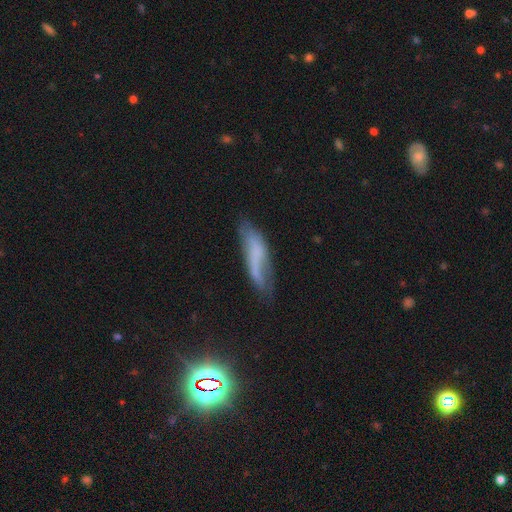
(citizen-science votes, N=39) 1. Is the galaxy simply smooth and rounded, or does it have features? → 46% smooth (tied), 46% featured or disk (tied), 8% star or artifact.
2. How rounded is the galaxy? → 67% cigar-shaped, 28% in between, 6% round.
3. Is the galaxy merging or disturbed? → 36% none, 31% minor disturbance, 31% major disturbance, 3% merger.